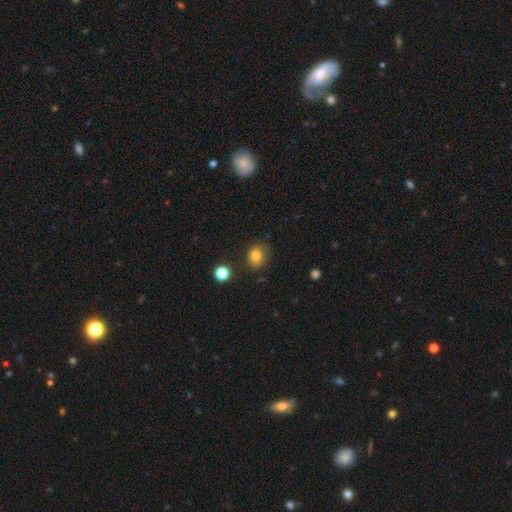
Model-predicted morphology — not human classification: smooth 80%, star or artifact 12%, featured or disk 8%. Down the decision tree: how rounded — round (65%); merging — none (80%).